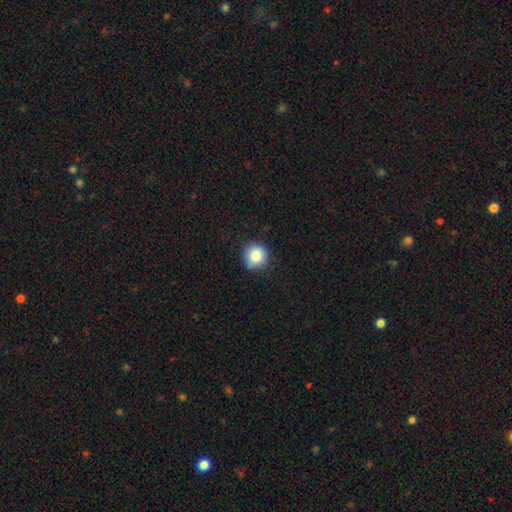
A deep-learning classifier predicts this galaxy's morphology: type=smooth (85%); roundness=round (93%); merging=none (87%).